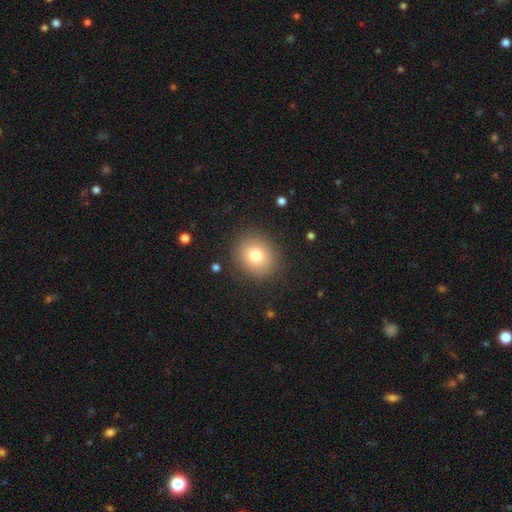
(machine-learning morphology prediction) Smooth or featured? Predicted: smooth (p=0.79). How rounded? Predicted: round (p=0.73). Merging? Predicted: none (p=0.88).